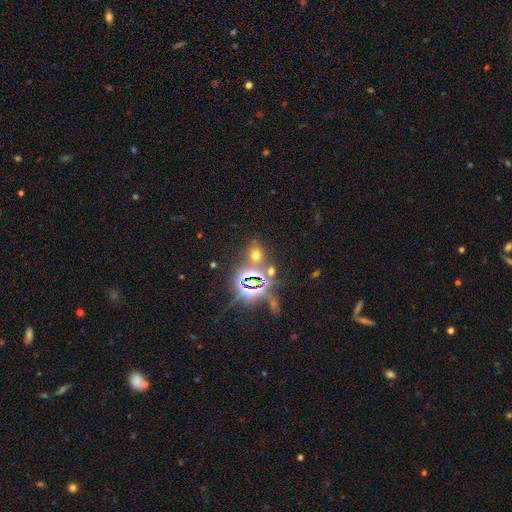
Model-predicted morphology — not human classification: Q: Smooth or featured?
A: star or artifact (49%); runner-up: smooth (43%)